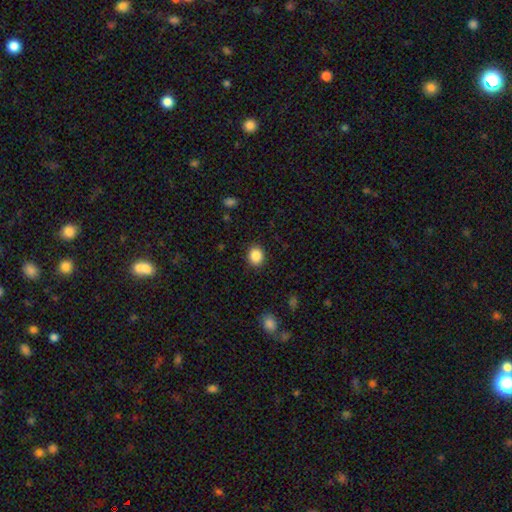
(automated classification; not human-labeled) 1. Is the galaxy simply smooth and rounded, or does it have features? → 87% smooth, 9% star or artifact, 4% featured or disk.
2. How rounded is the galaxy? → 69% round, 31% in between, 1% cigar-shaped.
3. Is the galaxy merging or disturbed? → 90% none, 7% minor disturbance, 2% major disturbance, 1% merger.